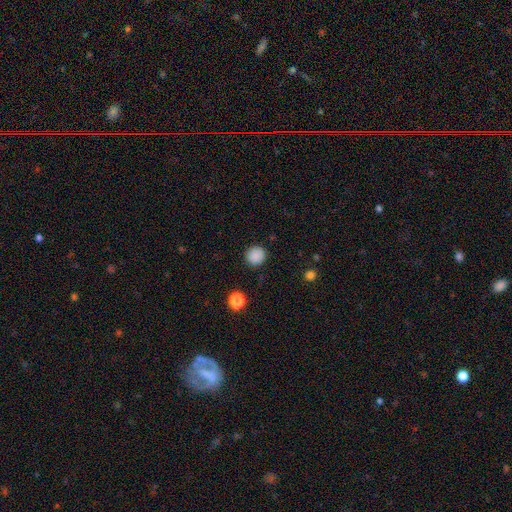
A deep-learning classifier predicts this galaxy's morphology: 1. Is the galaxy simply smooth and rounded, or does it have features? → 87% smooth, 10% star or artifact, 3% featured or disk.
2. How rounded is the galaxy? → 93% round, 6% in between, 1% cigar-shaped.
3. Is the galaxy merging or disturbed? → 90% none, 7% minor disturbance, 2% major disturbance, 1% merger.